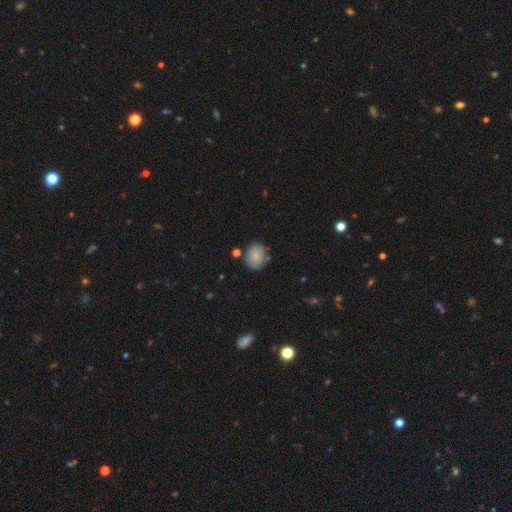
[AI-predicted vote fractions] This is clearly a smooth galaxy (83%). How rounded: possibly round (57%). Merging: likely none (76%).